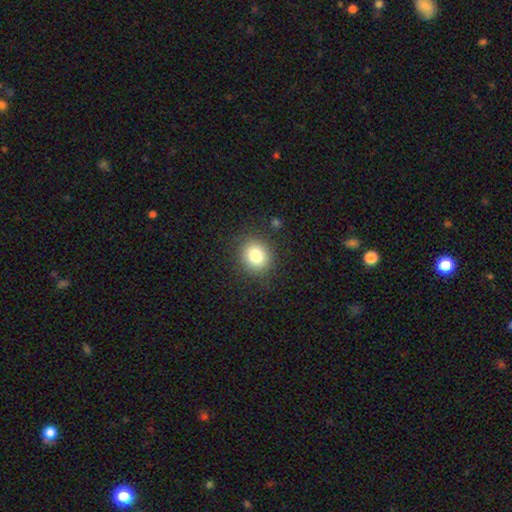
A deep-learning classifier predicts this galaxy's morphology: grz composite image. It shows a smooth galaxy with no disk features (81%) that is round (81%). Merging: none (86%).